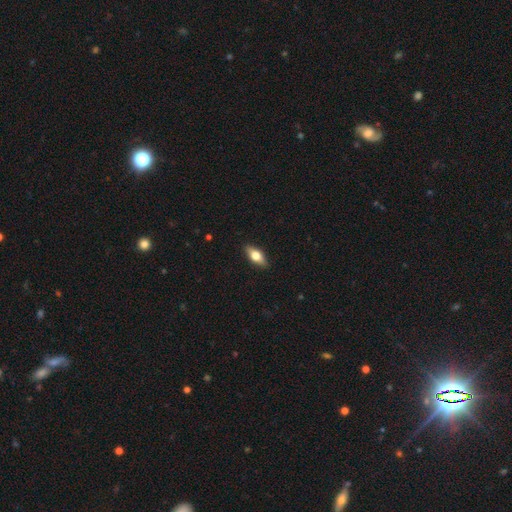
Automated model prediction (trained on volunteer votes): Q: Smooth or featured?
A: smooth (59%); runner-up: featured or disk (34%)
Q: How rounded?
A: in between (75%); runner-up: cigar-shaped (20%)
Q: Merging?
A: none (89%); runner-up: minor disturbance (8%)